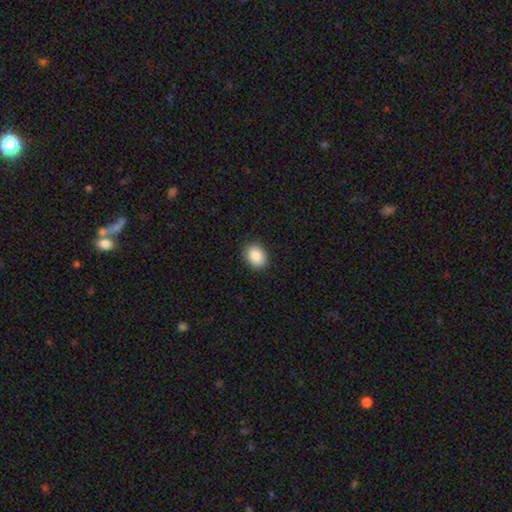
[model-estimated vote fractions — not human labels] A smooth galaxy with no disk features (88%) that is in between round and cigar-shaped (67%). Merging: none (90%).